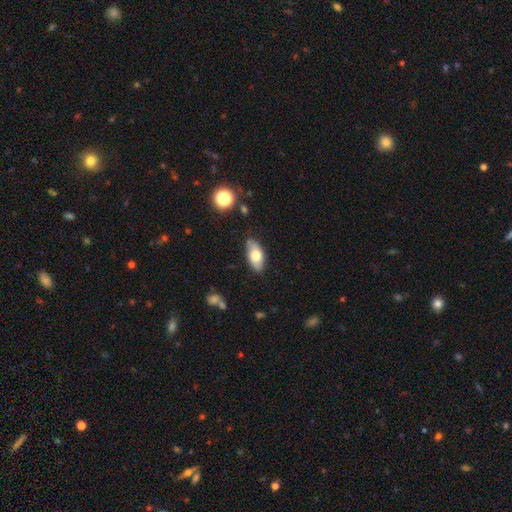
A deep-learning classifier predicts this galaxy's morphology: Smooth or featured?
  - smooth: 70% *
  - featured or disk: 23%
  - star or artifact: 7%
How rounded?
  - in between: 91% *
  - cigar-shaped: 6%
  - round: 3%
Merging?
  - none: 81% *
  - minor disturbance: 15%
  - major disturbance: 3%
  - merger: 2%